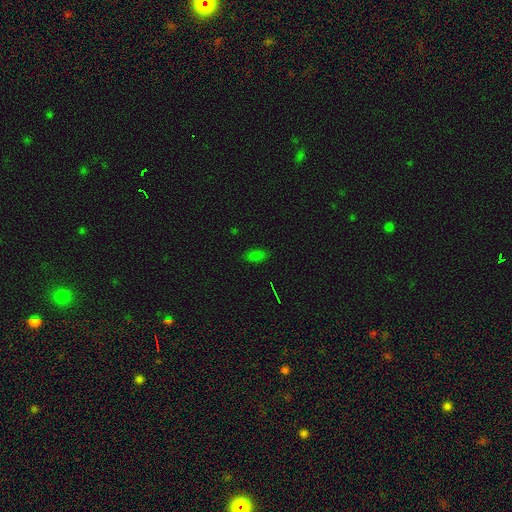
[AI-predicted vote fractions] Smooth or featured? Predicted: smooth (p=0.77). How rounded? Predicted: in between (p=0.88). Merging? Predicted: none (p=0.83).